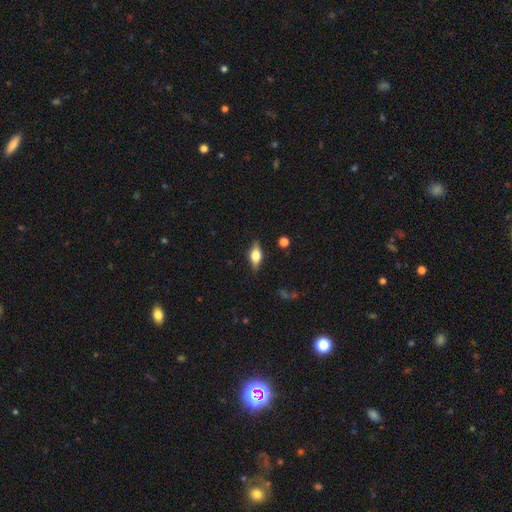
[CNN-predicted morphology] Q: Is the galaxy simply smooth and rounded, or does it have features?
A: smooth — 50%.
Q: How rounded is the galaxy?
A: in between — 75%.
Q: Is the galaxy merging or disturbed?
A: none — 84%.